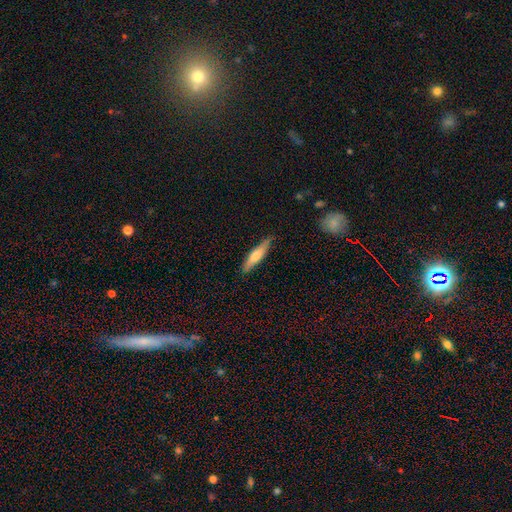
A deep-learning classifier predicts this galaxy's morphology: A smooth galaxy with no disk features (65%) that is cigar-shaped (82%).

Vote fractions:
- Smooth or featured? smooth: 65% / featured or disk: 29% / star or artifact: 5%
- How rounded? cigar-shaped: 82% / in between: 17% / round: 1%
- Merging? none: 85% / minor disturbance: 12% / major disturbance: 2% / merger: 1%